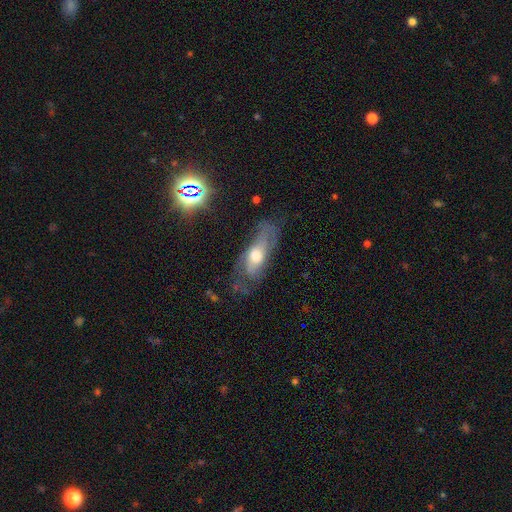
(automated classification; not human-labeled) Smooth or featured? featured or disk (56%)
Edge-on disk? no (75%)
Merging? none (46%)